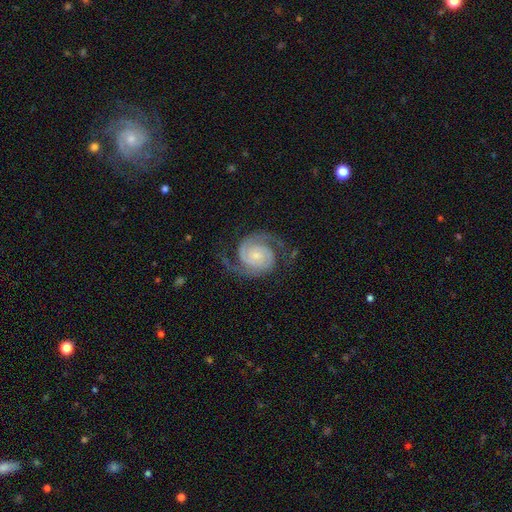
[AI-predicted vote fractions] A featured or disk galaxy (91%) with no bar (70%), 2 (92%) tight (54%) spiral arms (98%) and a small central bulge (69%).

Vote fractions:
- Smooth or featured? featured or disk: 91% / star or artifact: 5% / smooth: 4%
- Edge-on disk? no: 98% / yes: 2%
- Bar? no: 70% / weak: 24% / strong: 7%
- Spiral arms? yes: 98% / no: 2%
- Spiral winding? tight: 54% / medium: 38% / loose: 8%
- Spiral arm count? 2: 92% / 3: 3% / can't tell: 2% / 1: 1% / 4: 1% / more than 4: 1%
- Bulge size? small: 69% / moderate: 20% / none: 8% / large: 2% / dominant: 1%
- Merging? none: 76% / minor disturbance: 15% / major disturbance: 8% / merger: 1%